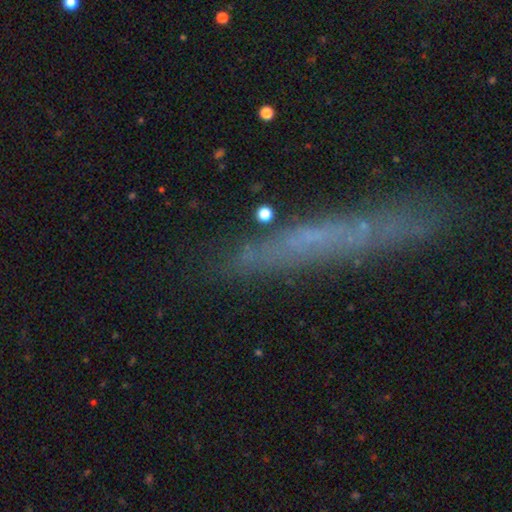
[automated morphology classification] A featured or disk galaxy (44%).

Vote fractions:
- Smooth or featured? featured or disk: 44% / smooth: 41% / star or artifact: 15%
- Merging? none: 80% / minor disturbance: 13% / major disturbance: 4% / merger: 3%